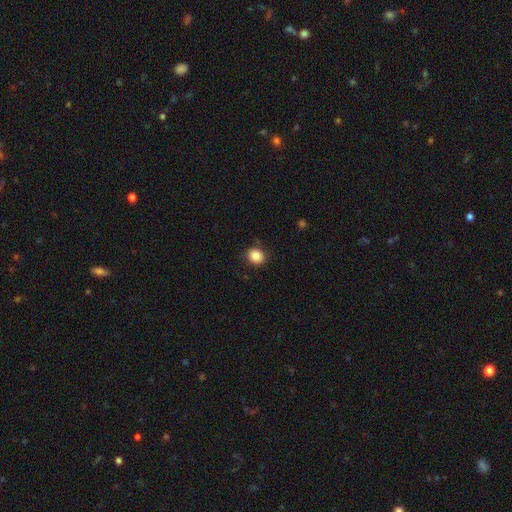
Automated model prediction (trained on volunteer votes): Smooth or featured?
  - smooth: 86% *
  - star or artifact: 10%
  - featured or disk: 4%
How rounded?
  - round: 74% *
  - in between: 25%
  - cigar-shaped: 1%
Merging?
  - none: 83% *
  - minor disturbance: 12%
  - major disturbance: 3%
  - merger: 1%